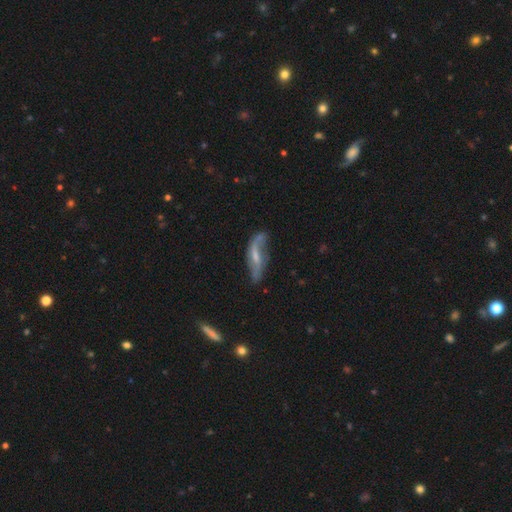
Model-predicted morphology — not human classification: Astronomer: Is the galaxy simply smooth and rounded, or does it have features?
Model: featured or disk — 72%.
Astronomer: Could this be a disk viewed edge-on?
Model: no — 79%.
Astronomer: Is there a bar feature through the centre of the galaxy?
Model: weak — 43% (runner-up: no, 37%).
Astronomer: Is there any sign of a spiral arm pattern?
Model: yes — 85%.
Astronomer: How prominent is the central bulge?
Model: small — 51% (runner-up: moderate, 32%).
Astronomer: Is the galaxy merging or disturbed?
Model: none — 53%.